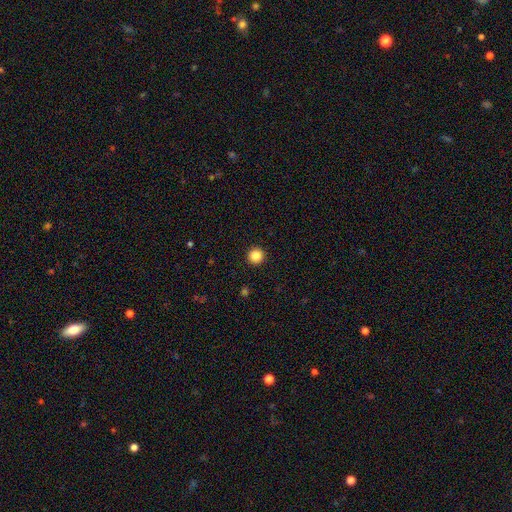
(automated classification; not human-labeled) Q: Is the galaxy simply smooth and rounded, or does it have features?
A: smooth — 86%.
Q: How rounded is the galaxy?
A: round — 96%.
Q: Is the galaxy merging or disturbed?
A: none — 94%.